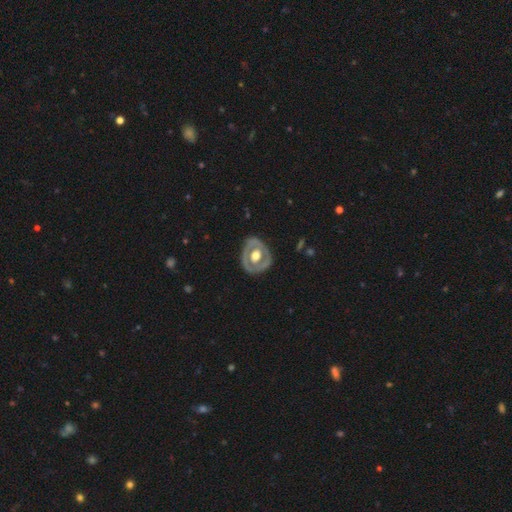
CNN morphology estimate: A featured or disk galaxy (66%) with no bar (77%), no spiral arms (82%) and a moderate central bulge (49%).

Vote fractions:
- Smooth or featured? featured or disk: 66% / smooth: 29% / star or artifact: 5%
- Edge-on disk? no: 93% / yes: 7%
- Bar? no: 77% / weak: 17% / strong: 6%
- Spiral arms? no: 82% / yes: 18%
- Bulge size? moderate: 49% / large: 45% / small: 3% / dominant: 3% / none: 1%
- Merging? none: 79% / minor disturbance: 15% / major disturbance: 5% / merger: 1%